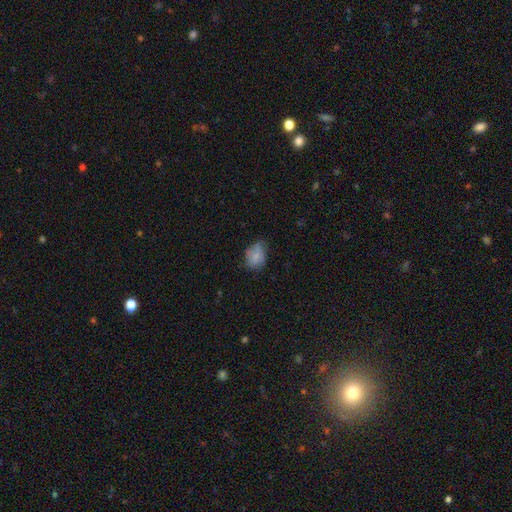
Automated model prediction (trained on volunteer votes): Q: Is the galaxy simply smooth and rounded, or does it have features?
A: smooth — 69%.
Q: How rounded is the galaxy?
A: in between — 73%.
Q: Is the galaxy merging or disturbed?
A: none — 48%.